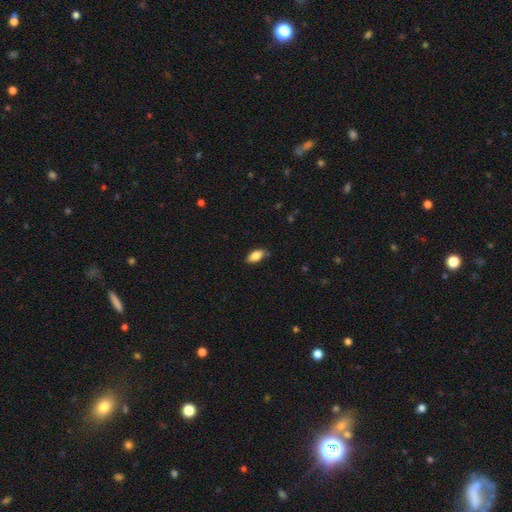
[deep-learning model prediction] smooth_or_featured: smooth (p=0.83) [alt: featured or disk p=0.10]
how_rounded: in between (p=0.90) [alt: cigar-shaped p=0.07]
merging: none (p=0.80) [alt: minor disturbance p=0.16]